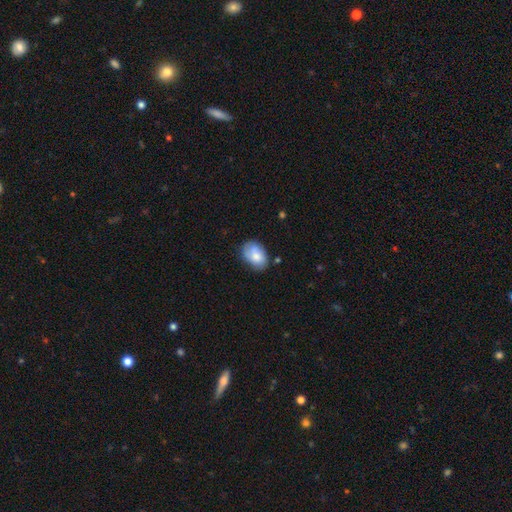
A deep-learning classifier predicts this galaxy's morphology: smooth_or_featured: smooth (p=0.70) [alt: featured or disk p=0.23]
how_rounded: in between (p=0.81) [alt: round p=0.18]
merging: none (p=0.61) [alt: minor disturbance p=0.27]